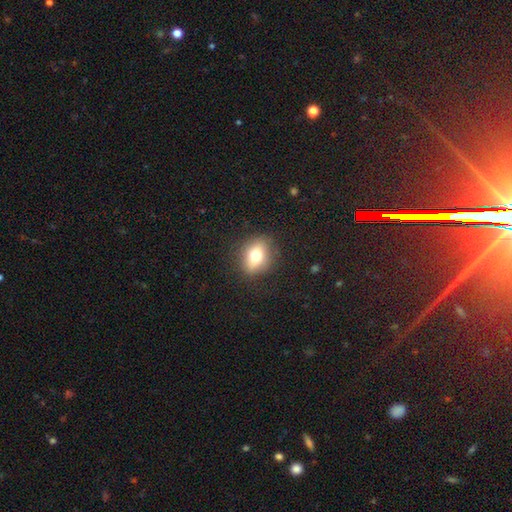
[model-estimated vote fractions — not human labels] Morphology: type=smooth (71%); roundness=in between (56%); merging=none (84%).